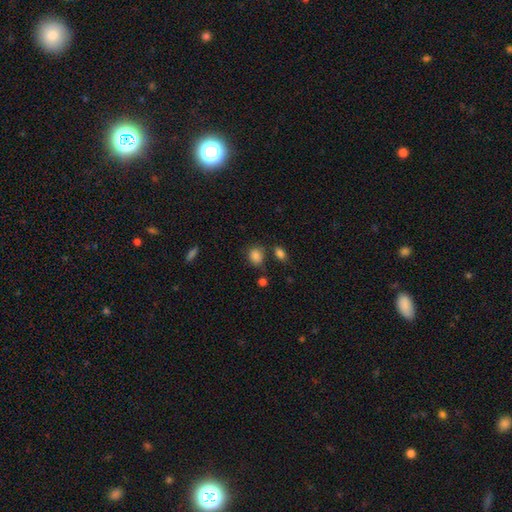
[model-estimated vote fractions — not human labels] Smooth or featured? smooth (85%)
How rounded? round (57%)
Merging? none (70%)